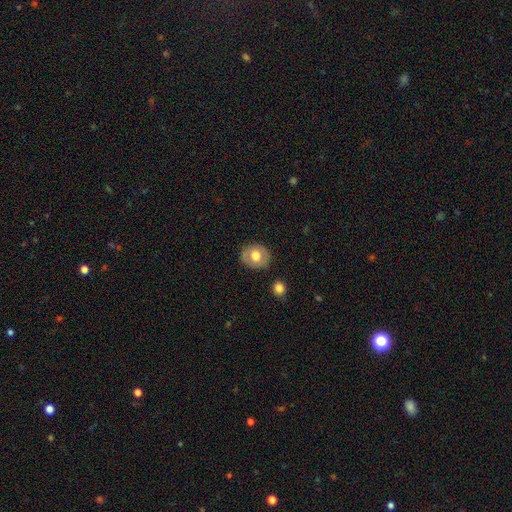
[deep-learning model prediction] Smooth or featured?
  - smooth: 62% *
  - featured or disk: 31%
  - star or artifact: 7%
How rounded?
  - round: 64% *
  - in between: 35%
  - cigar-shaped: 1%
Merging?
  - none: 82% *
  - minor disturbance: 12%
  - major disturbance: 3%
  - merger: 2%